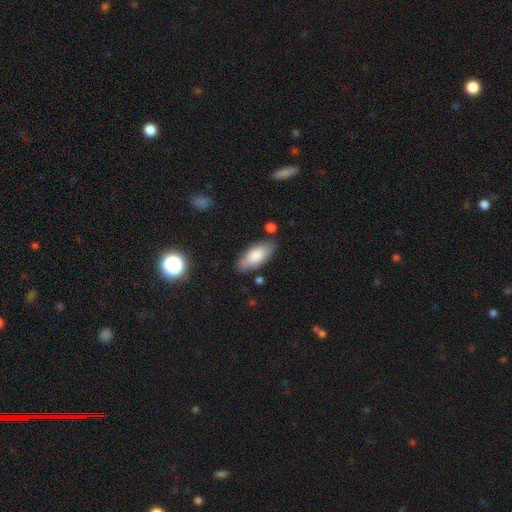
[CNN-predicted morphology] smooth 82%, featured or disk 12%, star or artifact 6%. Down the decision tree: how rounded — in between (87%); merging — none (78%).